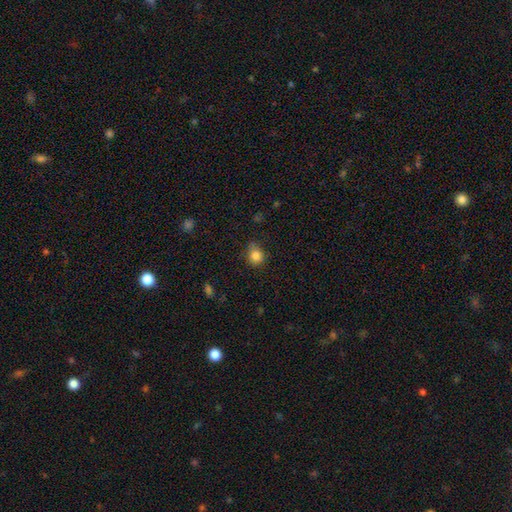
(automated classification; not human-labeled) Smooth or featured? smooth (83%)
How rounded? round (80%)
Merging? none (67%)